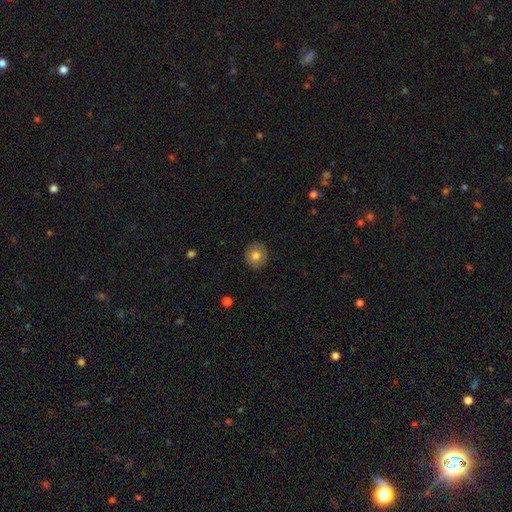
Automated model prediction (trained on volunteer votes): smooth_or_featured: smooth (p=0.80) [alt: featured or disk p=0.11]
how_rounded: round (p=0.85) [alt: in between p=0.14]
merging: none (p=0.90) [alt: minor disturbance p=0.07]